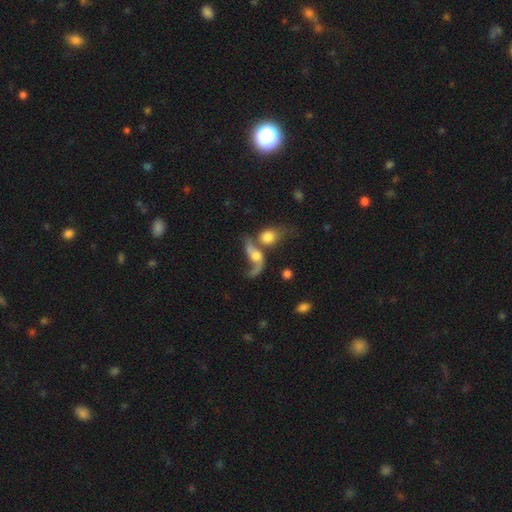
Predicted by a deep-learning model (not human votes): Smooth or featured?
  - featured or disk: 70% *
  - smooth: 21%
  - star or artifact: 9%
Edge-on disk?
  - no: 94% *
  - yes: 6%
Bar?
  - no: 63% *
  - weak: 29%
  - strong: 8%
Spiral arms?
  - yes: 87% *
  - no: 13%
Spiral winding?
  - loose: 86% *
  - medium: 11%
  - tight: 3%
Spiral arm count?
  - 2: 70% *
  - 1: 23%
  - can't tell: 3%
  - 3: 1%
  - 4: 1%
  - more than 4: 1%
Bulge size?
  - moderate: 50% *
  - small: 21%
  - large: 19%
  - none: 7%
  - dominant: 3%
Merging?
  - merger: 57% *
  - none: 19%
  - major disturbance: 15%
  - minor disturbance: 9%